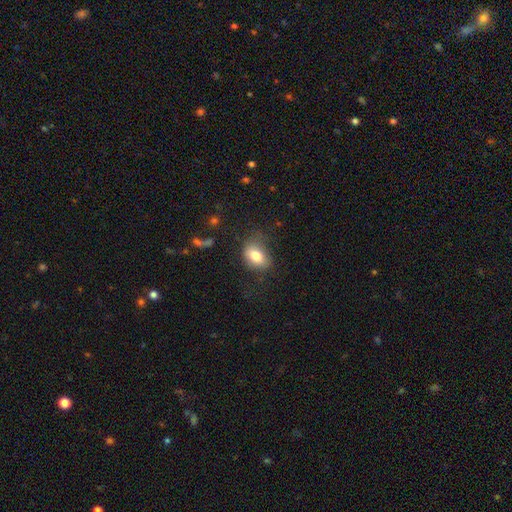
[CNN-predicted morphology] Smooth or featured: smooth — 78% (featured or disk — 13%)
How rounded: in between — 77% (round — 22%)
Merging: none — 60% (minor disturbance — 25%)